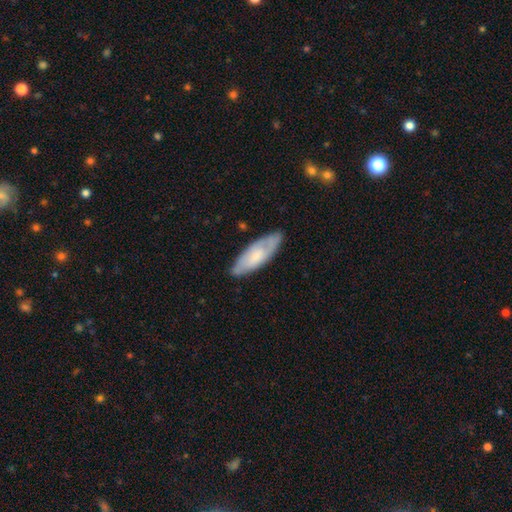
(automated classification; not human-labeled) smooth_or_featured: smooth (p=0.58) [alt: featured or disk p=0.37]
how_rounded: in between (p=0.64) [alt: cigar-shaped p=0.35]
merging: none (p=0.76) [alt: minor disturbance p=0.19]